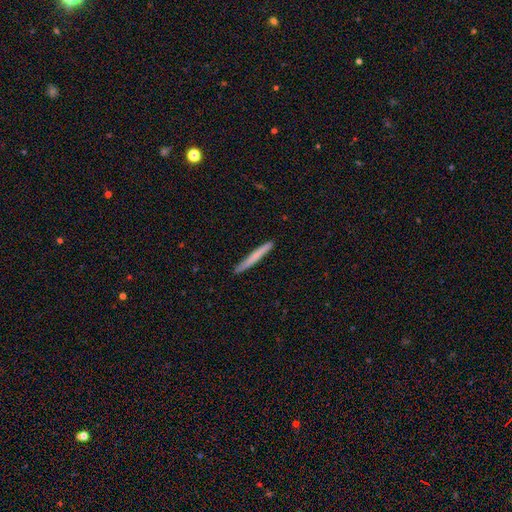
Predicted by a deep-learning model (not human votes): This appears to be a smooth galaxy with no disk features (66%) that is cigar-shaped (97%). Merging: none (90%).